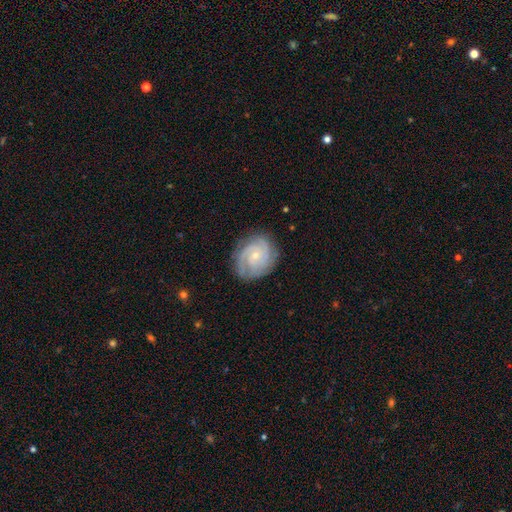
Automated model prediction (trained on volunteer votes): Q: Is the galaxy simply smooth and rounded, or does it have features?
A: featured or disk — 84%.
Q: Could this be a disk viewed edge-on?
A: no — 98%.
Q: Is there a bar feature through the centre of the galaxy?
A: no — 74%.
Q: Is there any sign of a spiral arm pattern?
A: yes — 97%.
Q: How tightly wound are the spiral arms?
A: tight — 69%.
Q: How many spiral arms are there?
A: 3 — 36%.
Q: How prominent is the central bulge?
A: small — 74%.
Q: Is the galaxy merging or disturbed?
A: none — 80%.